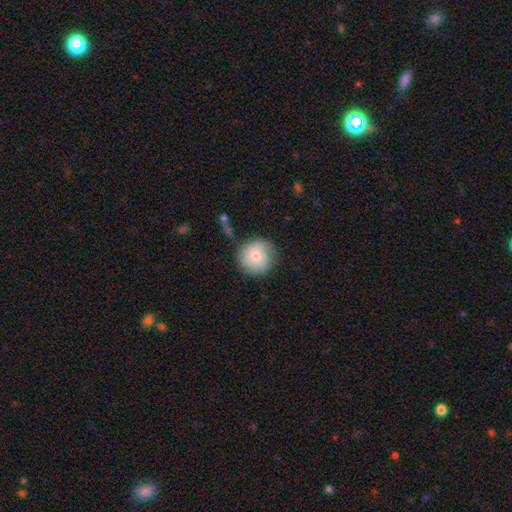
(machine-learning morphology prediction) Q: Smooth or featured?
A: smooth (63%); runner-up: featured or disk (30%)
Q: How rounded?
A: round (92%); runner-up: in between (7%)
Q: Merging?
A: none (70%); runner-up: minor disturbance (20%)